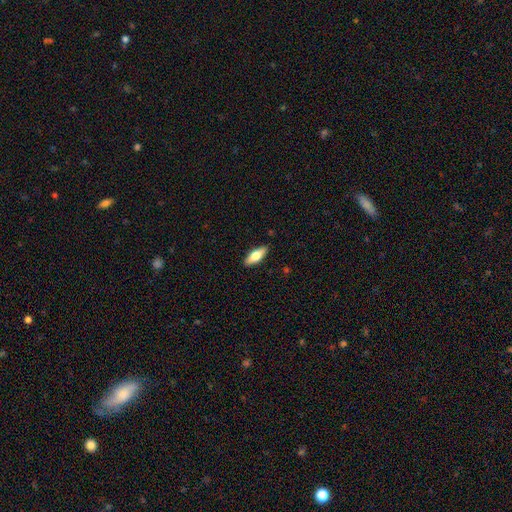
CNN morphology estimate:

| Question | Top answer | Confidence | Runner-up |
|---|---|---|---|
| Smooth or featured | smooth | 65% | featured or disk (29%) |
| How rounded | in between | 68% | cigar-shaped (30%) |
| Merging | none | 88% | minor disturbance (9%) |